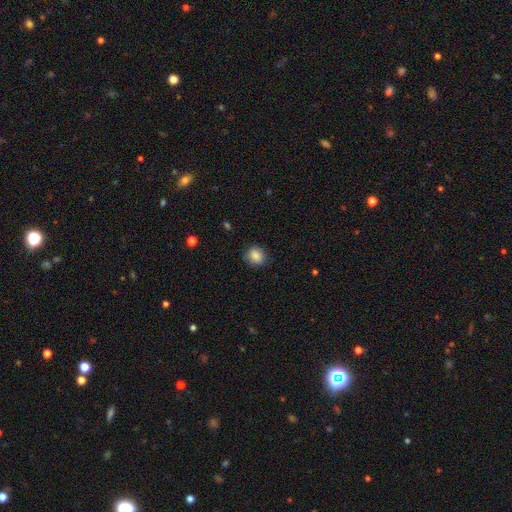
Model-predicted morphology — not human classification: smooth_or_featured: smooth (p=0.85) [alt: star or artifact p=0.09]
how_rounded: round (p=0.72) [alt: in between p=0.27]
merging: none (p=0.82) [alt: minor disturbance p=0.14]